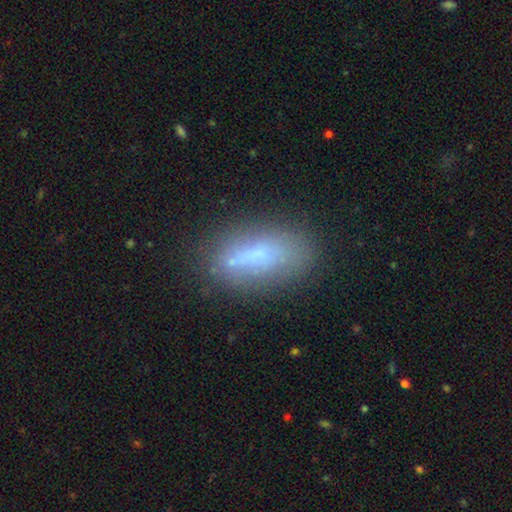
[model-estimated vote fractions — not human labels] Smooth or featured? Predicted: smooth (p=0.62). How rounded? Predicted: in between (p=0.71). Merging? Predicted: none (p=0.63).